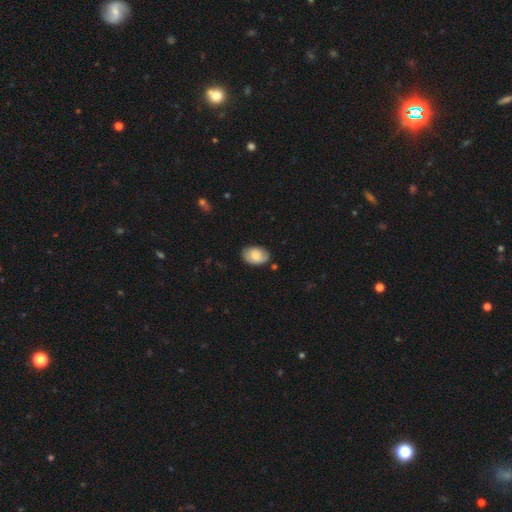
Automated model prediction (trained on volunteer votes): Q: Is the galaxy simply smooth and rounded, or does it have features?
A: smooth — 72%.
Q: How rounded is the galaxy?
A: in between — 88%.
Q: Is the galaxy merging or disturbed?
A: none — 78%.